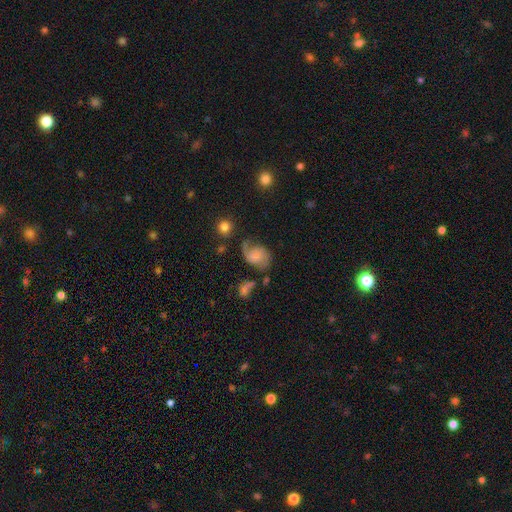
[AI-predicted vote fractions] featured or disk 57%, smooth 32%, star or artifact 10%. Down the decision tree: edge-on disk — no (97%); bar — no (68%); spiral arms — yes (90%); spiral arm count — 2 (75%); spiral winding — loose (45%); bulge size — none (39%); merging — none (47%).